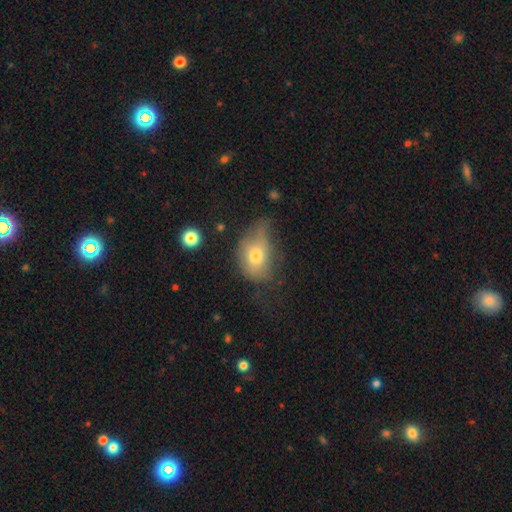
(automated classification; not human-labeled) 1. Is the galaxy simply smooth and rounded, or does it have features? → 69% smooth, 21% featured or disk, 10% star or artifact.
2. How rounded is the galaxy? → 72% in between, 26% round, 2% cigar-shaped.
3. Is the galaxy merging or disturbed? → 37% minor disturbance, 31% none, 29% major disturbance, 3% merger.